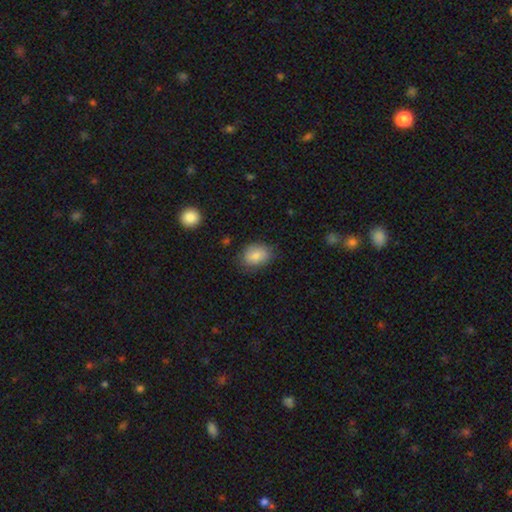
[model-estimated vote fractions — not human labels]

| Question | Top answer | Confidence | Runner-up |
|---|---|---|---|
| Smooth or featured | smooth | 80% | featured or disk (12%) |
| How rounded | in between | 63% | round (36%) |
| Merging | none | 72% | minor disturbance (22%) |